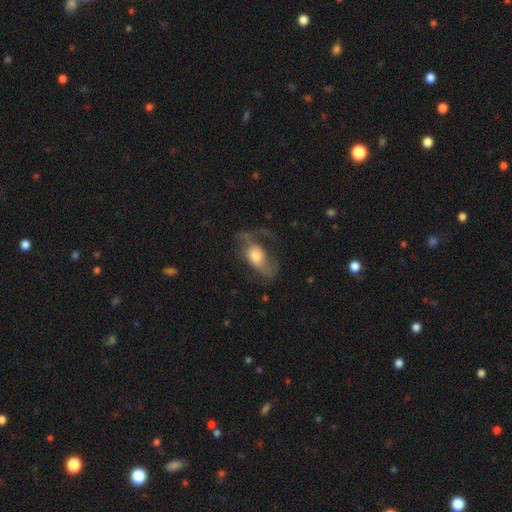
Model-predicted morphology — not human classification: Q: Smooth or featured?
A: smooth (51%); runner-up: featured or disk (41%)
Q: How rounded?
A: in between (83%); runner-up: round (13%)
Q: Merging?
A: major disturbance (49%); runner-up: none (26%)